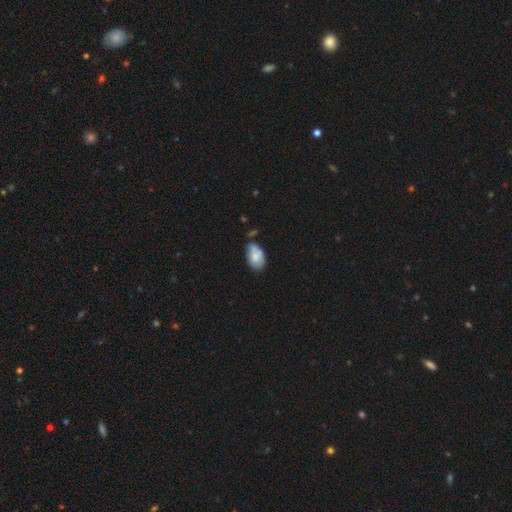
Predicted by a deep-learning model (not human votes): This is likely a smooth galaxy (66%). How rounded: clearly in between (90%). Merging: marginally none (40%).